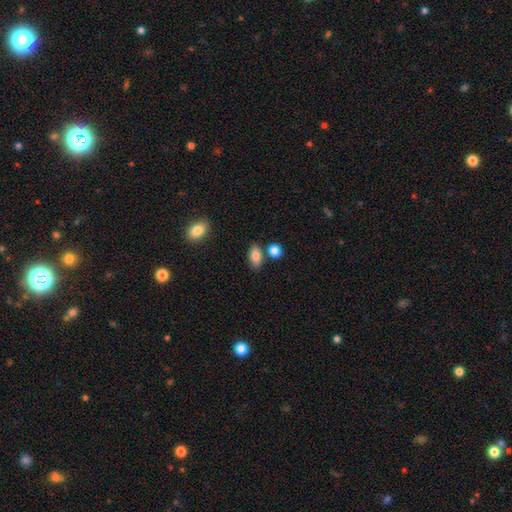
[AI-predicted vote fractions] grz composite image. It shows a smooth galaxy with no disk features (84%) that is in between round and cigar-shaped (86%). Merging: none (76%).